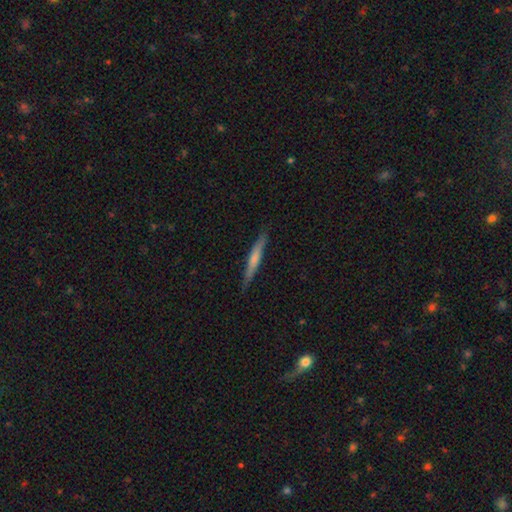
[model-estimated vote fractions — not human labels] smooth-or-featured: featured or disk: 48% | smooth: 46% | star or artifact: 6%
  merging: none: 89% | minor disturbance: 9% | major disturbance: 2% | merger: 1%